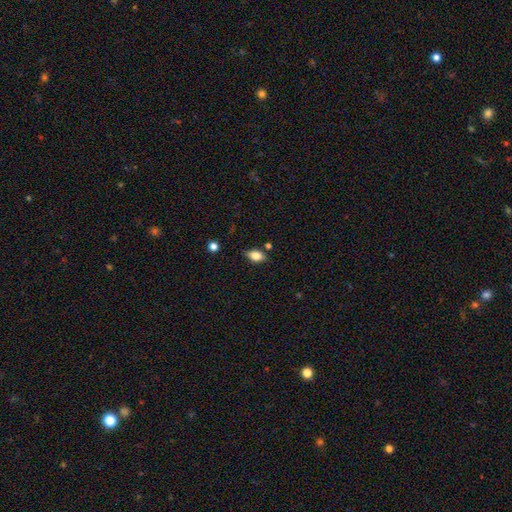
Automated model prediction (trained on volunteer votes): Smooth or featured?
  - smooth: 75% *
  - featured or disk: 17%
  - star or artifact: 9%
How rounded?
  - in between: 85% *
  - round: 9%
  - cigar-shaped: 6%
Merging?
  - none: 77% *
  - minor disturbance: 16%
  - merger: 3%
  - major disturbance: 3%